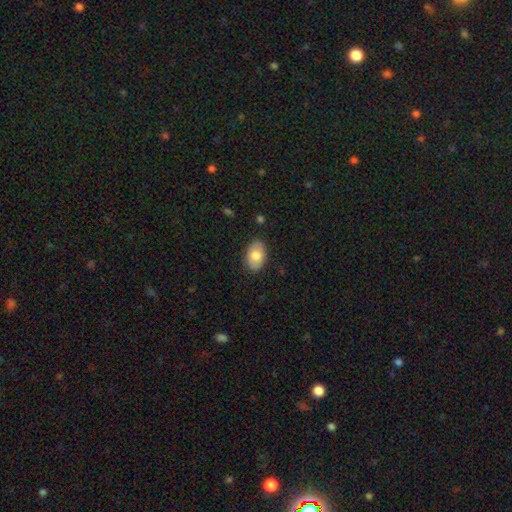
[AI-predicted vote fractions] This appears to be a smooth galaxy with no disk features (77%) that is in between round and cigar-shaped (89%). Merging: none (84%).